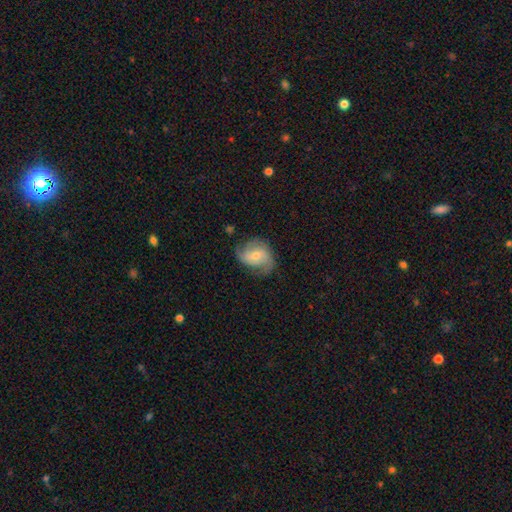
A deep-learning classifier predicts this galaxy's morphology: smooth_or_featured: featured or disk (p=0.65) [alt: smooth p=0.27]
disk_edge_on: no (p=0.97) [alt: yes p=0.03]
bar: no (p=0.47) [alt: weak p=0.40]
has_spiral_arms: yes (p=0.89) [alt: no p=0.11]
spiral_winding: medium (p=0.43) [alt: tight p=0.31]
spiral_arm_count: 2 (p=0.59) [alt: can't tell p=0.18]
bulge_size: moderate (p=0.48) [alt: small p=0.47]
merging: none (p=0.61) [alt: minor disturbance p=0.26]